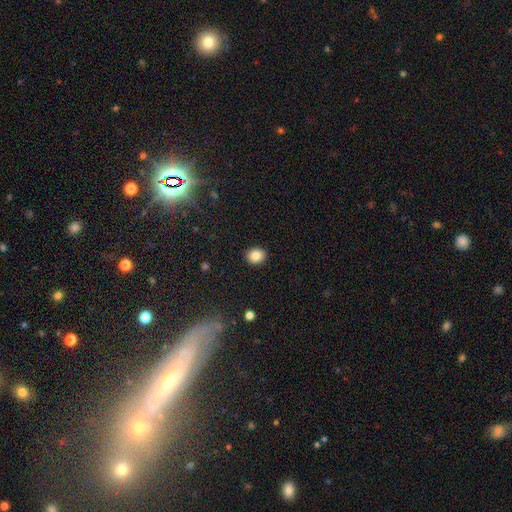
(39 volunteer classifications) A smooth galaxy with no disk features (87%) that is round (79%).

Vote fractions:
- Smooth or featured? smooth: 87% / featured or disk: 10% / star or artifact: 3%
- How rounded? round: 79% / in between: 21% / cigar-shaped: 0%
- Merging? none: 95% / minor disturbance: 3% / major disturbance: 3% / merger: 0%